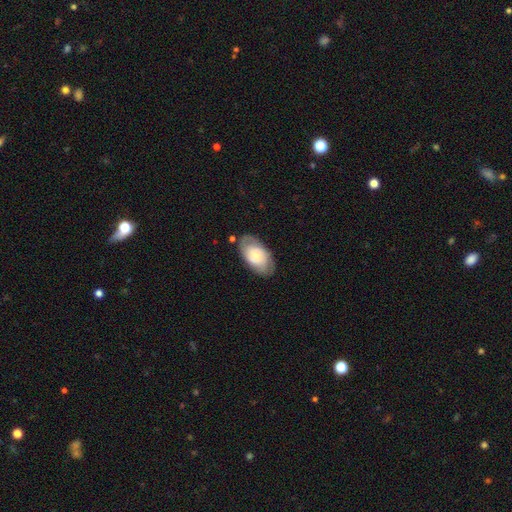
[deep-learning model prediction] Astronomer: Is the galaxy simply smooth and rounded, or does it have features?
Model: featured or disk — 49% (runner-up: smooth, 44%).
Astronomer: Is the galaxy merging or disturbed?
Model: none — 73%.